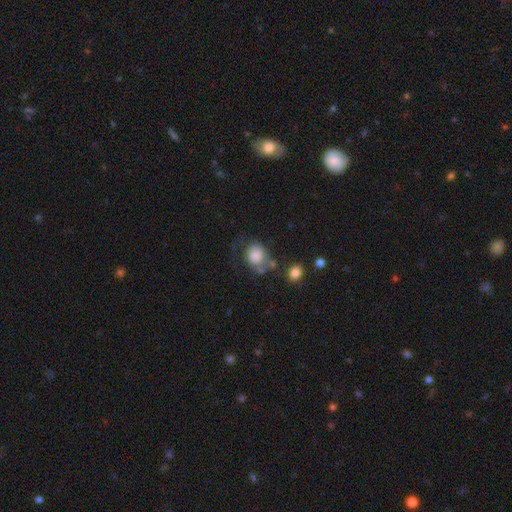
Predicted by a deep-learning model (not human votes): smooth-or-featured: smooth: 75% | featured or disk: 16% | star or artifact: 8%
  how-rounded: round: 63% | in between: 36% | cigar-shaped: 1%
  merging: none: 39% | major disturbance: 26% | minor disturbance: 23% | merger: 12%